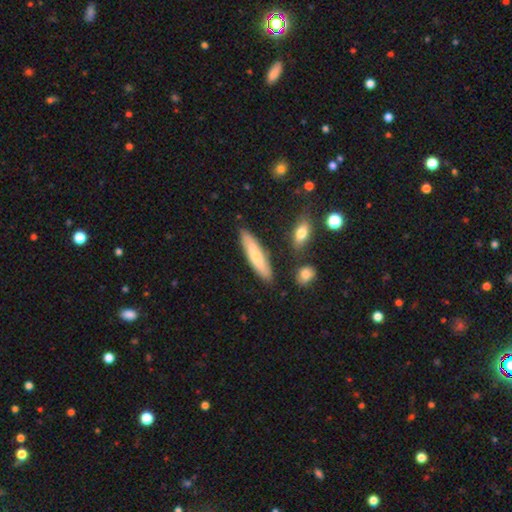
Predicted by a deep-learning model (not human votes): This is likely a smooth galaxy (65%). How rounded: likely cigar-shaped (79%). Merging: clearly none (82%).